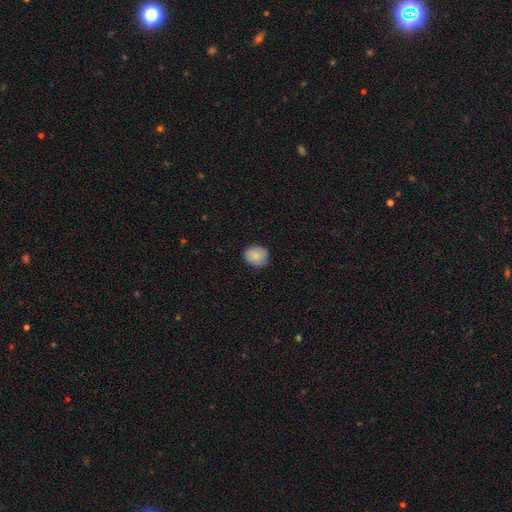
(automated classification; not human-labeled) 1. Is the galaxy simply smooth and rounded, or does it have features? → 86% smooth, 8% star or artifact, 6% featured or disk.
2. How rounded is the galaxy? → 73% round, 26% in between, 1% cigar-shaped.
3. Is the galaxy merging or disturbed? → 85% none, 12% minor disturbance, 2% major disturbance, 1% merger.